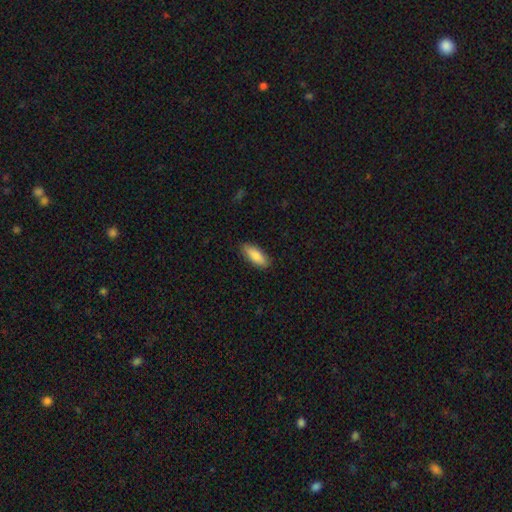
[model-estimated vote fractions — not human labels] A smooth galaxy with no disk features (86%) that is in between round and cigar-shaped (72%).

Vote fractions:
- Smooth or featured? smooth: 86% / featured or disk: 8% / star or artifact: 6%
- How rounded? in between: 72% / cigar-shaped: 26% / round: 2%
- Merging? none: 88% / minor disturbance: 10% / major disturbance: 2% / merger: 1%